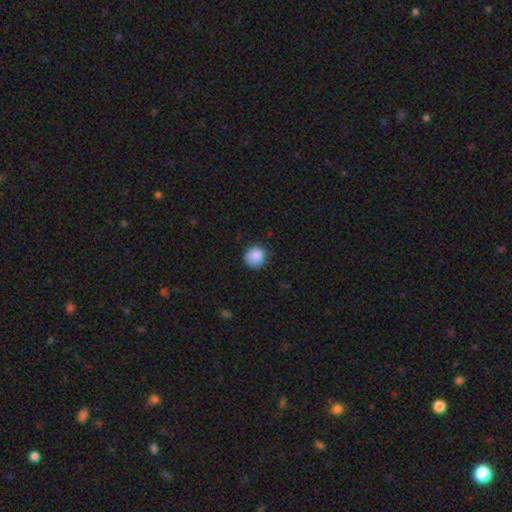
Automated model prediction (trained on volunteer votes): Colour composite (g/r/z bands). It shows a smooth galaxy with no disk features (88%) that is round (89%). Merging: none (79%).